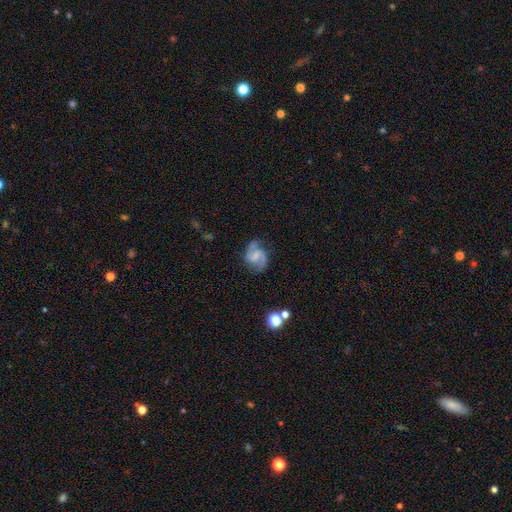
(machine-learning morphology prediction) Smooth or featured?
  - featured or disk: 76% *
  - smooth: 16%
  - star or artifact: 8%
Edge-on disk?
  - no: 98% *
  - yes: 2%
Bar?
  - weak: 51% *
  - no: 33%
  - strong: 16%
Spiral arms?
  - yes: 94% *
  - no: 6%
Spiral winding?
  - medium: 50% *
  - loose: 35%
  - tight: 16%
Spiral arm count?
  - 2: 88% *
  - can't tell: 5%
  - 1: 3%
  - 3: 2%
  - 4: 1%
  - more than 4: 1%
Bulge size?
  - small: 39% *
  - none: 31%
  - moderate: 25%
  - large: 4%
  - dominant: 1%
Merging?
  - none: 68% *
  - minor disturbance: 19%
  - major disturbance: 10%
  - merger: 2%